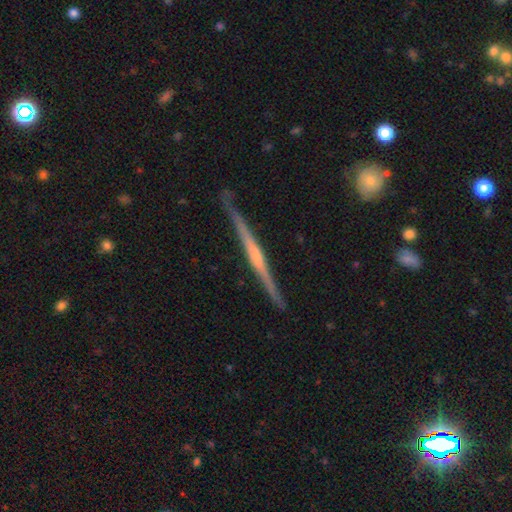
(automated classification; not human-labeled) Morphology: type=featured or disk (81%); edge-on=yes (98%); edge-on bulge=rounded (57%); merging=none (89%).